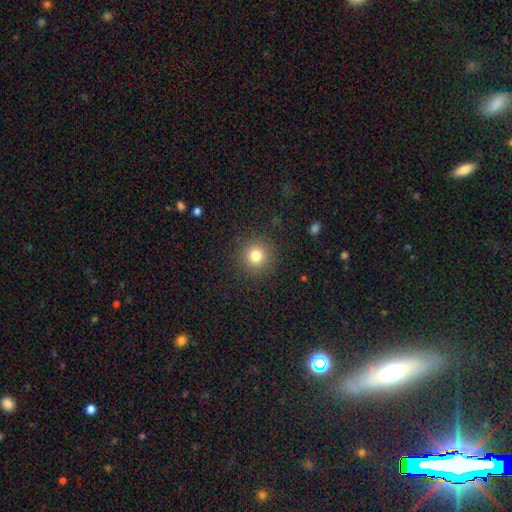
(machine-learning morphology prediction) type=smooth (80%); roundness=round (94%); merging=none (90%).